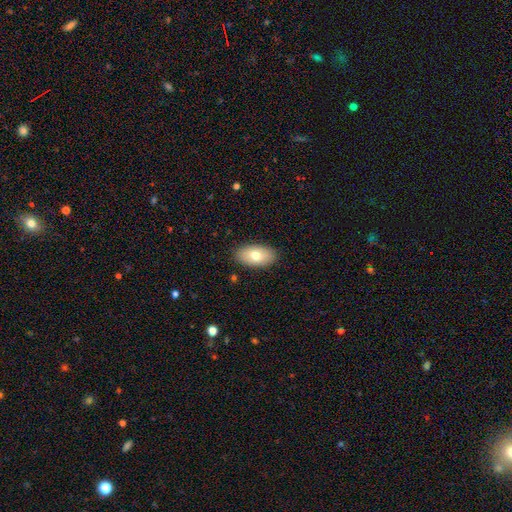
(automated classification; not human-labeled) A smooth galaxy with no disk features (74%) that is in between round and cigar-shaped (94%). Merging: none (88%).